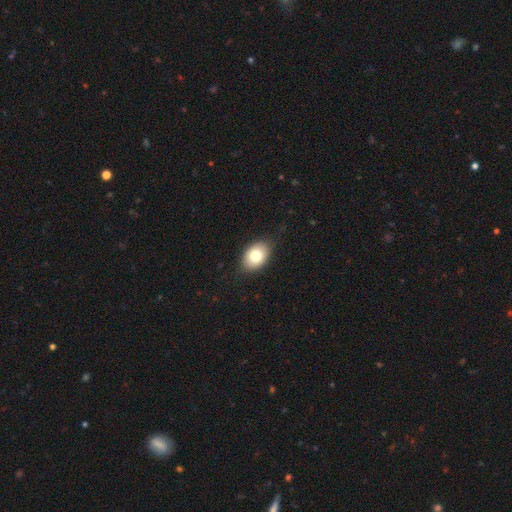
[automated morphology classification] The model was most divided on "smooth or featured": smooth: 78%, featured or disk: 14%, star or artifact: 8%. More confident: merging — none (84%); how rounded — in between (82%).